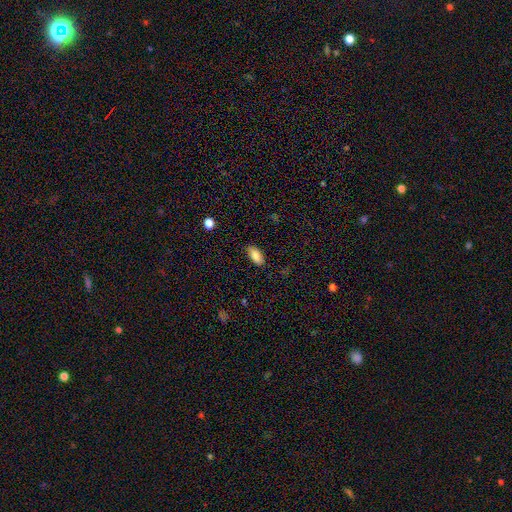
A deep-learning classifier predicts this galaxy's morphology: type=smooth (86%); roundness=in between (90%); merging=none (85%).